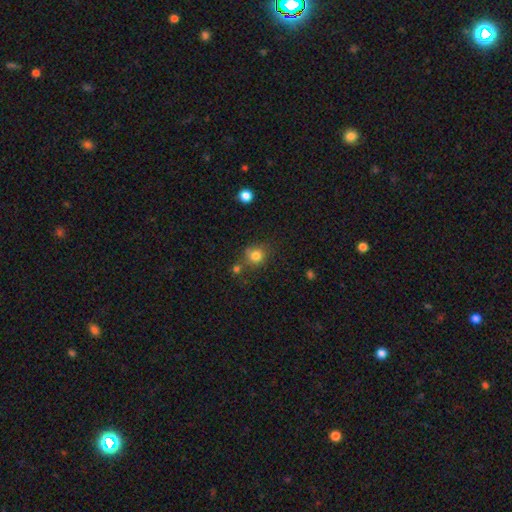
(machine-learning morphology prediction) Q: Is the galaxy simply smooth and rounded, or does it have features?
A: smooth — 81%.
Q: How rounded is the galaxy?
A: round — 85%.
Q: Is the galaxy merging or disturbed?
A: none — 70%.